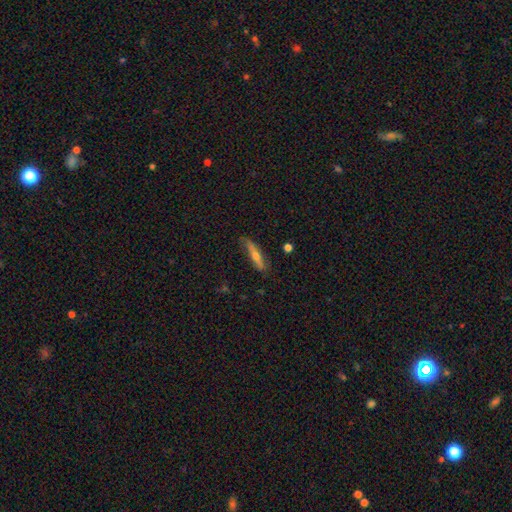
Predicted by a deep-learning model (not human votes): Smooth or featured: featured or disk — 51% (smooth — 42%)
Edge-on disk: yes — 84% (no — 16%)
Merging: none — 75% (minor disturbance — 19%)